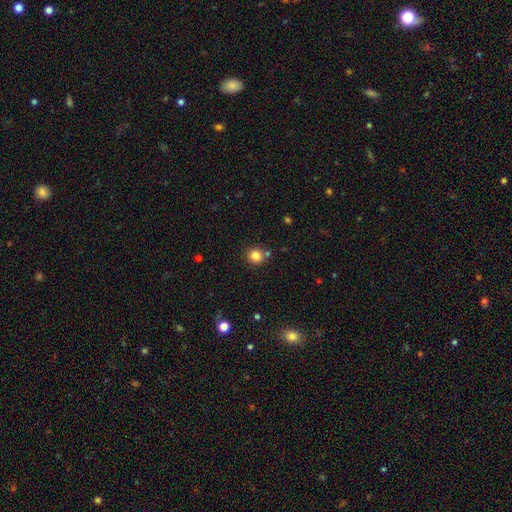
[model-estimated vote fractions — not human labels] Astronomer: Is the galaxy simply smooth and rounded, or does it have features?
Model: smooth — 82%.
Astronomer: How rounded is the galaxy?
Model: round — 92%.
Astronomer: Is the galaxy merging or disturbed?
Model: none — 79%.